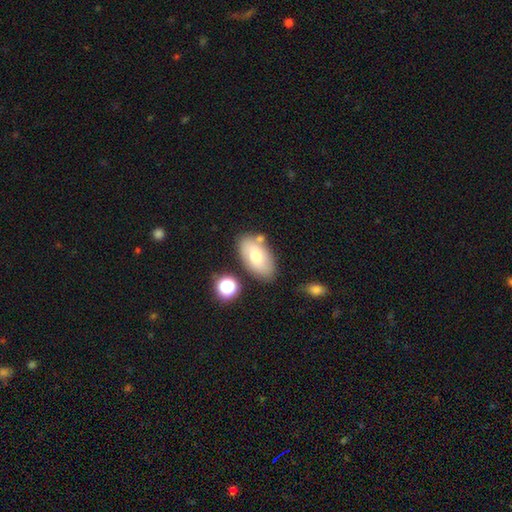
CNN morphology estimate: This is likely a smooth galaxy (68%). How rounded: clearly in between (93%). Merging: likely none (72%).